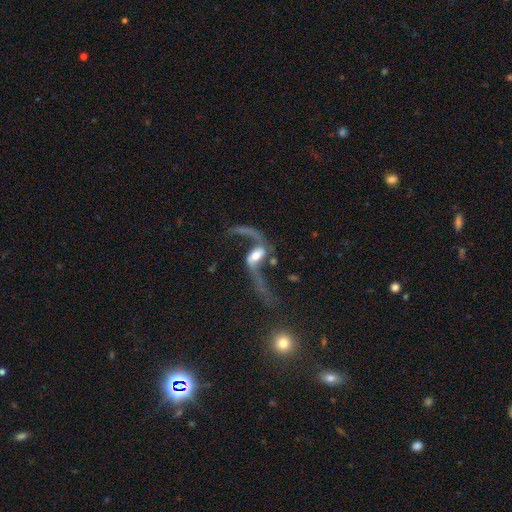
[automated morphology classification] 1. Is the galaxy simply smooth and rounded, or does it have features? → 86% featured or disk, 8% smooth, 6% star or artifact.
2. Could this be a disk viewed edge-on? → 92% no, 8% yes.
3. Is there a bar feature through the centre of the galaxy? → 38% weak, 31% strong, 30% no.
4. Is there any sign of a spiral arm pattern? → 92% yes, 8% no.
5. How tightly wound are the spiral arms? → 94% loose, 4% medium, 2% tight.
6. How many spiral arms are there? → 91% 2, 4% 1, 1% can't tell, 1% 3, 1% 4, 1% more than 4.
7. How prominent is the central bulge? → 54% moderate, 21% small, 18% large, 4% none, 3% dominant.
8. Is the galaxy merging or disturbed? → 45% none, 29% major disturbance, 13% minor disturbance, 13% merger.